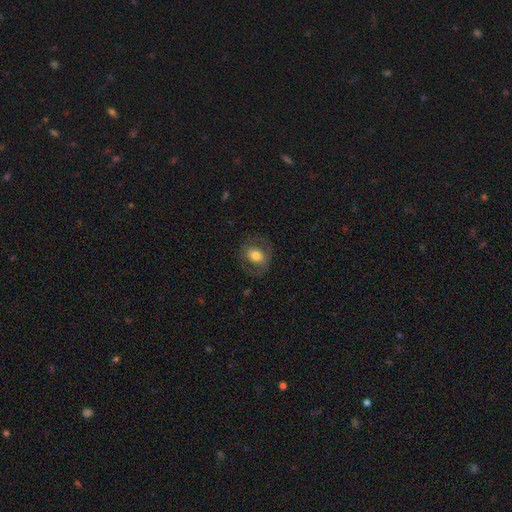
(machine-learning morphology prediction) Smooth or featured?
  - smooth: 58% *
  - featured or disk: 34%
  - star or artifact: 8%
How rounded?
  - in between: 50% *
  - round: 49%
  - cigar-shaped: 1%
Merging?
  - none: 73% *
  - minor disturbance: 14%
  - major disturbance: 11%
  - merger: 1%